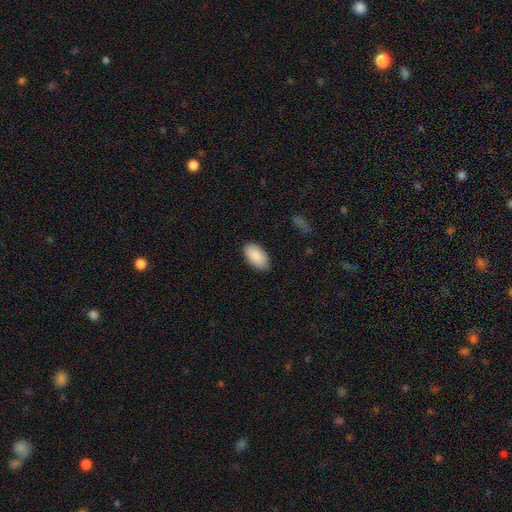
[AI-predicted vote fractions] Q: Smooth or featured?
A: smooth (90%); runner-up: star or artifact (6%)
Q: How rounded?
A: in between (96%); runner-up: round (3%)
Q: Merging?
A: none (86%); runner-up: minor disturbance (10%)